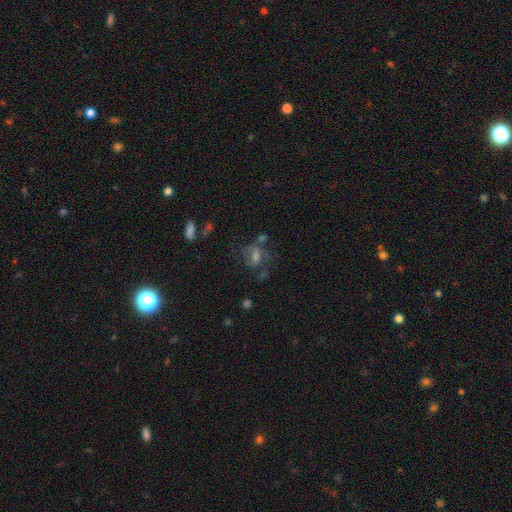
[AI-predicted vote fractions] This appears to be a featured or disk galaxy (47%). Merging: none (41%).